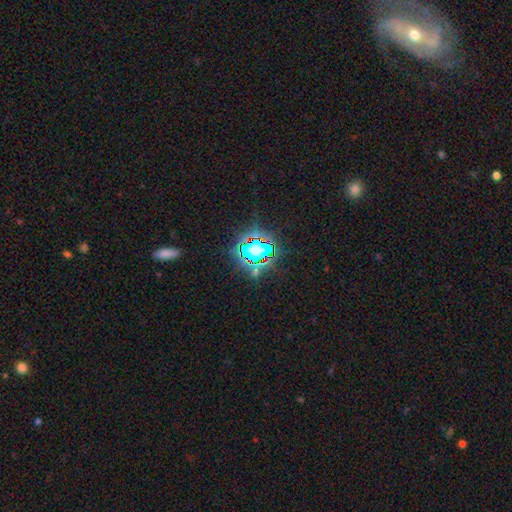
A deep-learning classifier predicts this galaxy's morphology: type=star or artifact (67%).